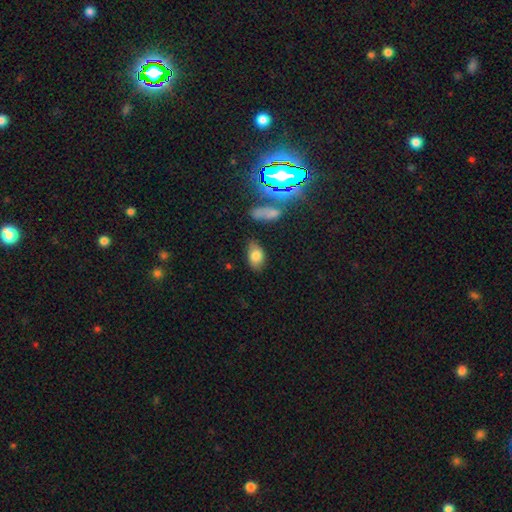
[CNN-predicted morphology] This appears to be a smooth galaxy with no disk features (78%) that is in between round and cigar-shaped (89%). Merging: none (72%).